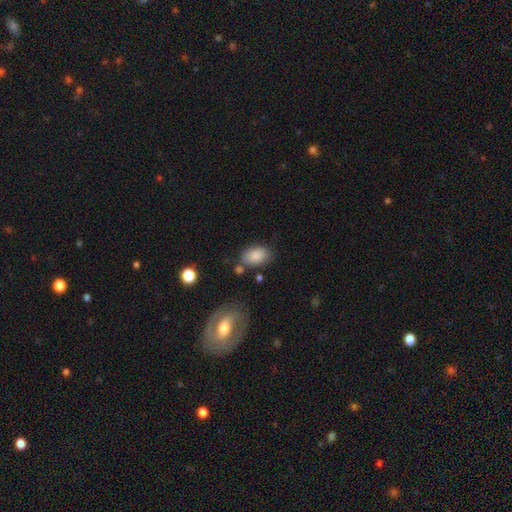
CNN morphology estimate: This is clearly a smooth galaxy (85%). How rounded: clearly in between (87%). Merging: likely none (69%).